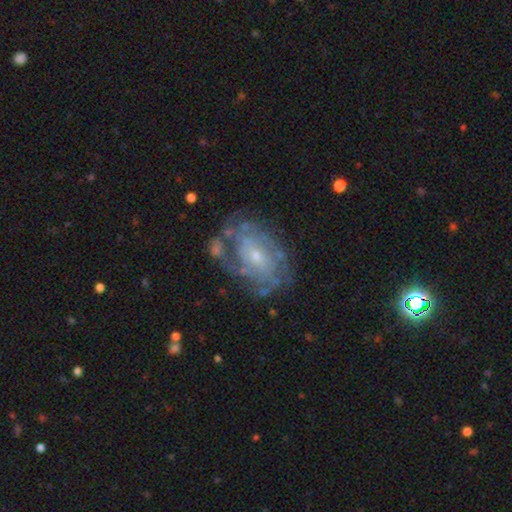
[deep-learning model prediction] This is clearly a featured or disk galaxy (81%). It is clearly not viewed edge-on (96%). Bar: likely no (67%). Spiral arm pattern: clearly yes (85%). Spiral arm count: possibly can't tell (50%). Spiral winding: likely tight (61%). Central bulge: likely small (66%). Merging: likely none (62%).